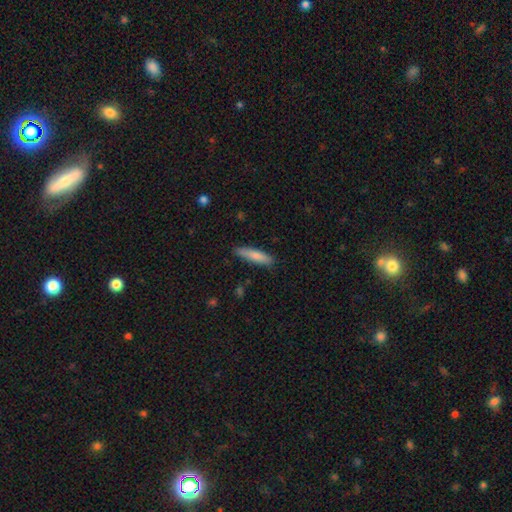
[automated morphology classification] Smooth or featured: smooth — 79% (featured or disk — 15%)
How rounded: cigar-shaped — 82% (in between — 17%)
Merging: none — 87% (minor disturbance — 10%)